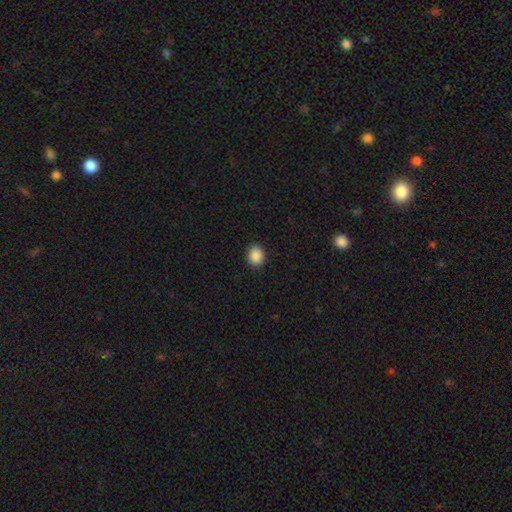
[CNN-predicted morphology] Smooth or featured?
  - smooth: 89% *
  - star or artifact: 9%
  - featured or disk: 2%
How rounded?
  - round: 65% *
  - in between: 34%
  - cigar-shaped: 1%
Merging?
  - none: 91% *
  - minor disturbance: 6%
  - major disturbance: 2%
  - merger: 1%